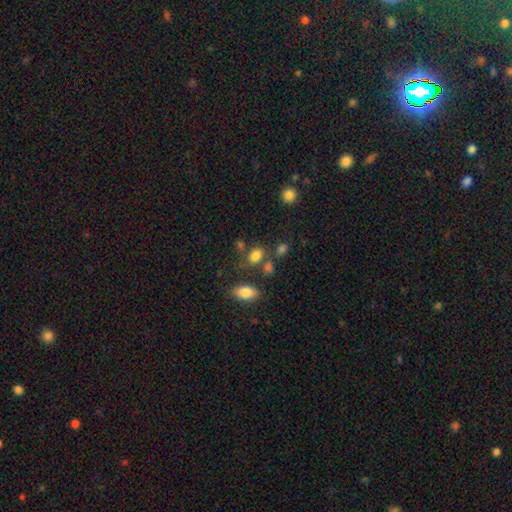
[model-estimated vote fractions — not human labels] This appears to be a smooth galaxy with no disk features (81%) that is in between round and cigar-shaped (71%). Merging: none (62%).